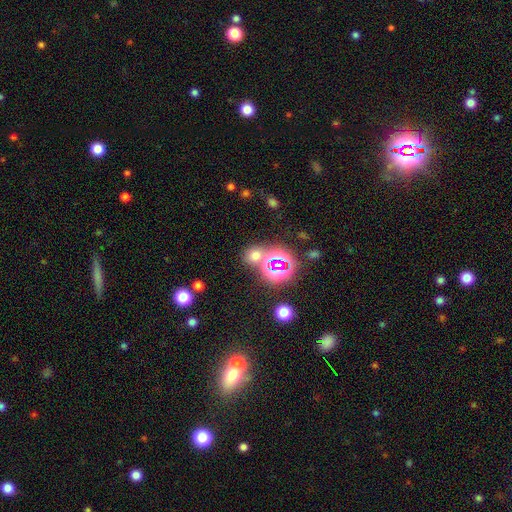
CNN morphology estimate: smooth 55%, star or artifact 37%, featured or disk 8%. Down the decision tree: how rounded — round (74%); merging — none (65%).